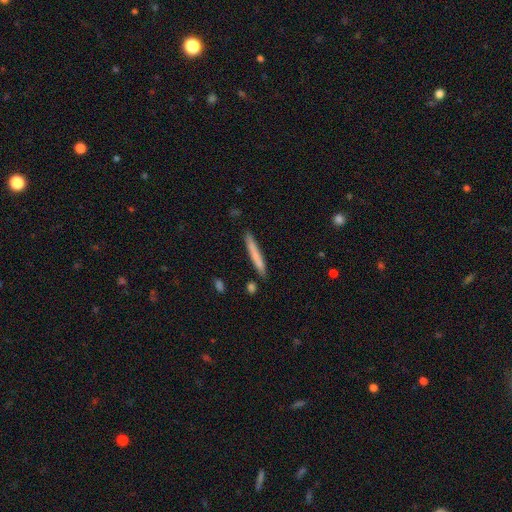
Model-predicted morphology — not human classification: Overall: smooth (69%). How rounded: cigar-shaped (96%). Merging: none (86%).